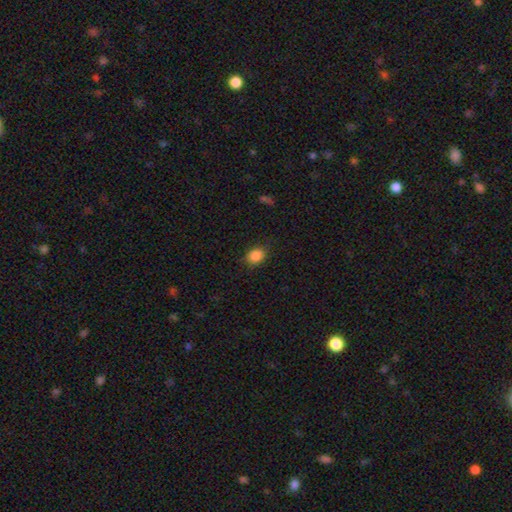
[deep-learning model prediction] smooth 86%, star or artifact 10%, featured or disk 4%. Down the decision tree: how rounded — in between (50%); merging — none (84%).